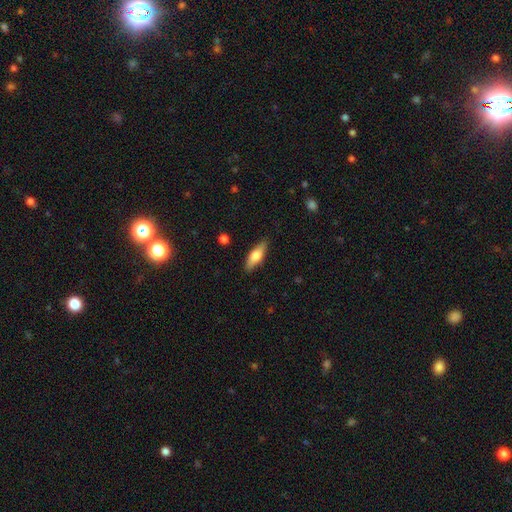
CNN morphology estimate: Overall: smooth (64%; featured or disk 31%). How rounded: in between (54%; cigar-shaped 43%). Merging: none (86%).